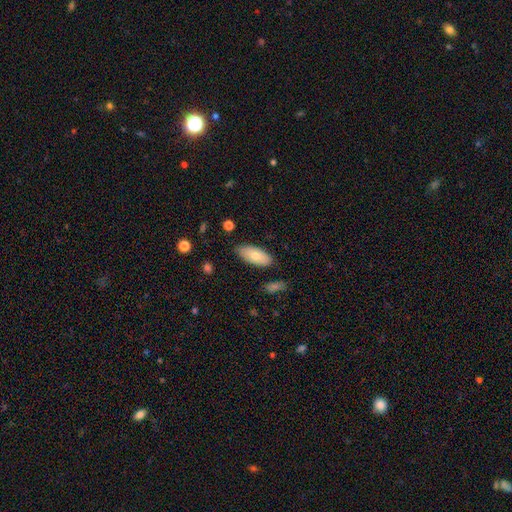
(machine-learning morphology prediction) Smooth or featured: smooth — 81% (featured or disk — 13%)
How rounded: in between — 88% (cigar-shaped — 10%)
Merging: none — 82% (minor disturbance — 13%)